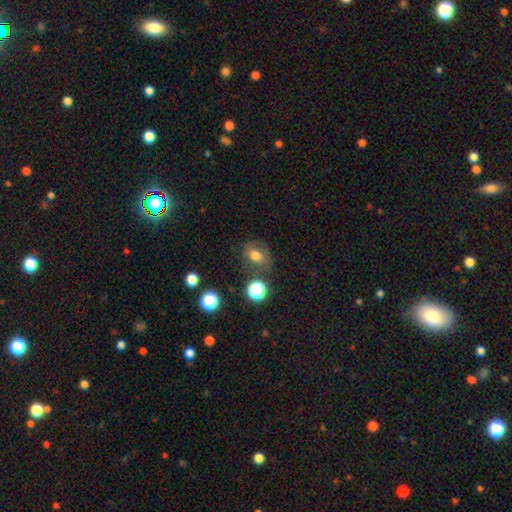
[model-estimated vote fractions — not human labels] This appears to be a smooth galaxy with no disk features (70%) that is in between round and cigar-shaped (55%). Merging: none (71%).